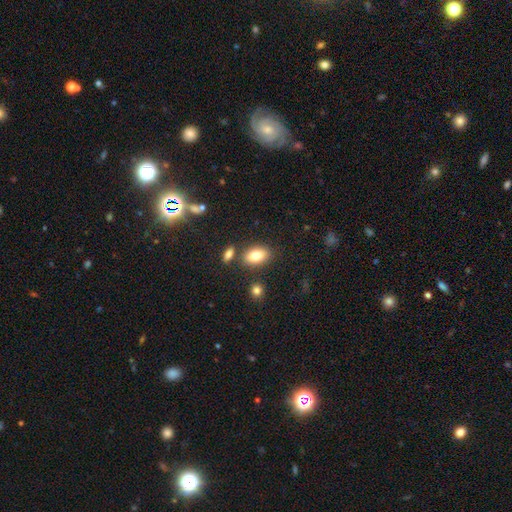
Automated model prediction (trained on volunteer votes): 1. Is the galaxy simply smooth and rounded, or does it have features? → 81% smooth, 11% featured or disk, 9% star or artifact.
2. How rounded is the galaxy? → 87% in between, 10% round, 2% cigar-shaped.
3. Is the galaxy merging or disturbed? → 76% none, 11% minor disturbance, 9% merger, 3% major disturbance.